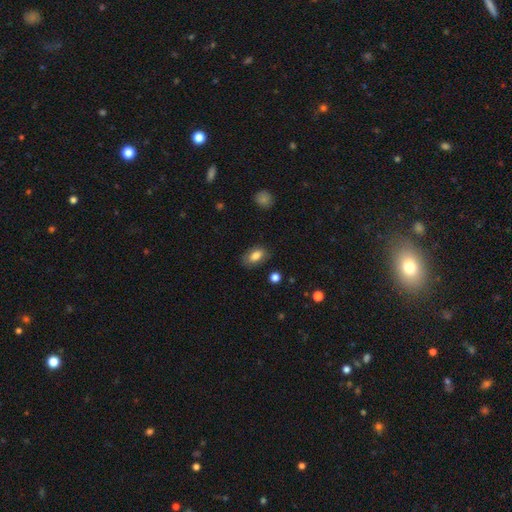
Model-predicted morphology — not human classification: This appears to be a smooth galaxy with no disk features (79%) that is in between round and cigar-shaped (90%). Merging: none (82%).